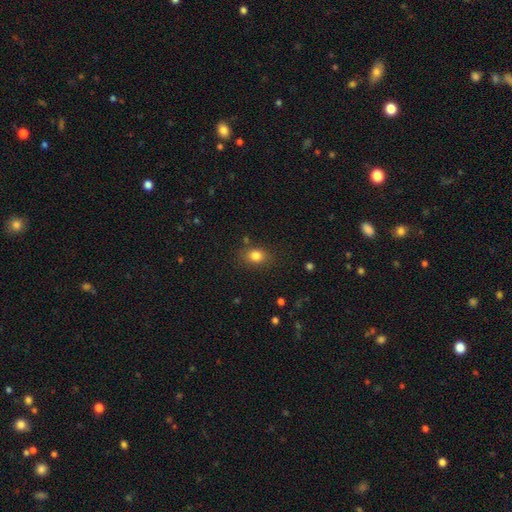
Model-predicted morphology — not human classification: This is clearly a smooth galaxy (82%). How rounded: possibly in between (59%). Merging: clearly none (82%).